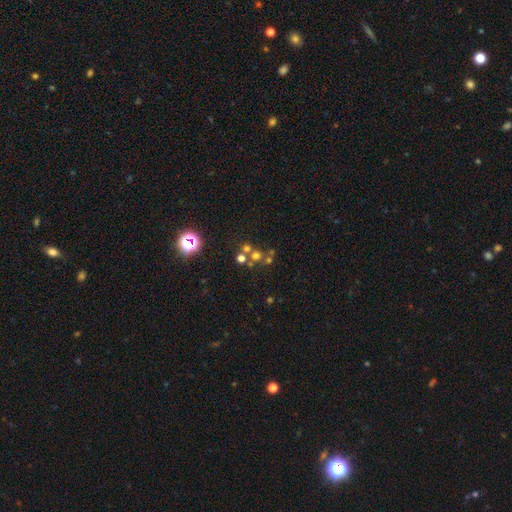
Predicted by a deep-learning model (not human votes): Smooth or featured? Predicted: smooth (p=0.48). Merging? Predicted: none (p=0.55).